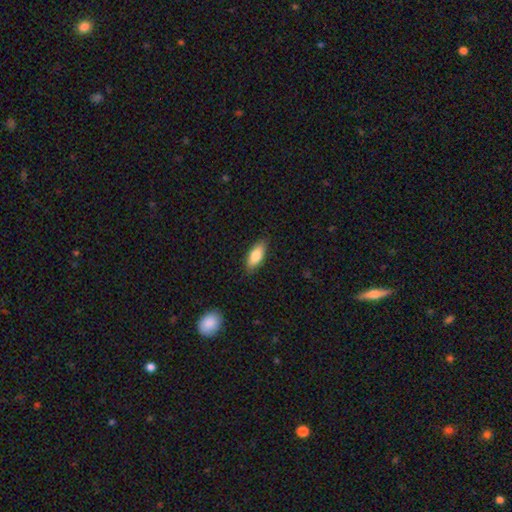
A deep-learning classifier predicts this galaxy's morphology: Smooth or featured?
  - smooth: 80% *
  - featured or disk: 14%
  - star or artifact: 6%
How rounded?
  - in between: 77% *
  - cigar-shaped: 21%
  - round: 2%
Merging?
  - none: 85% *
  - minor disturbance: 12%
  - major disturbance: 2%
  - merger: 1%